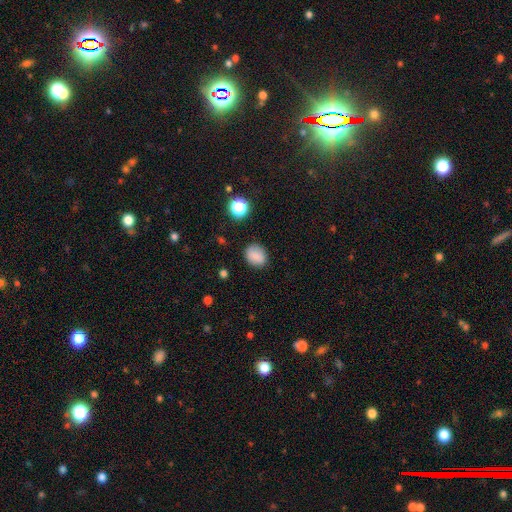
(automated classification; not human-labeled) This appears to be a smooth galaxy with no disk features (82%) that is round (54%). Merging: none (84%).